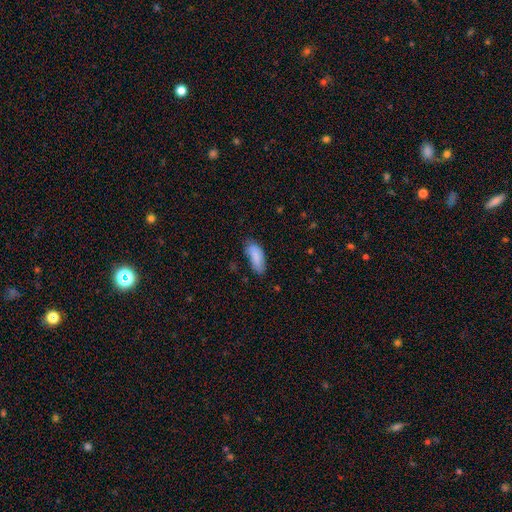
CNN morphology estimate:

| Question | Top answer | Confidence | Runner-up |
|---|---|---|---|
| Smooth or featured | smooth | 86% | featured or disk (8%) |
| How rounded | in between | 82% | cigar-shaped (17%) |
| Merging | none | 70% | minor disturbance (24%) |